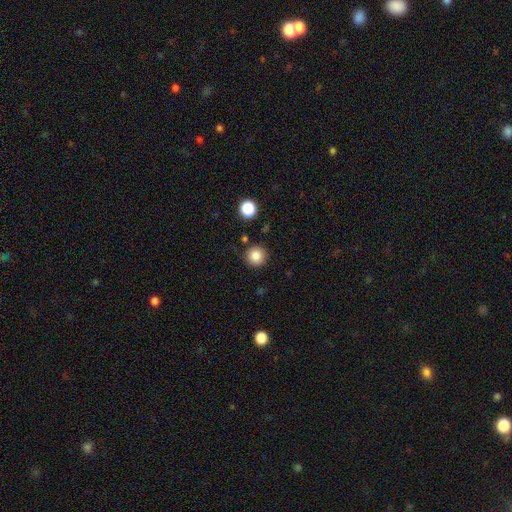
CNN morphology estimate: Smooth or featured?
  - smooth: 84% *
  - star or artifact: 11%
  - featured or disk: 5%
How rounded?
  - round: 95% *
  - in between: 4%
  - cigar-shaped: 1%
Merging?
  - none: 88% *
  - minor disturbance: 7%
  - merger: 3%
  - major disturbance: 2%